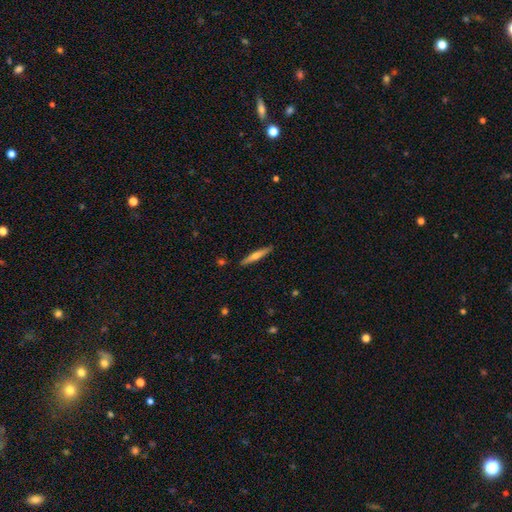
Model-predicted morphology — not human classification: Overall: featured or disk (51%; smooth 42%). Edge-on disk: yes (96%). Merging: none (91%).